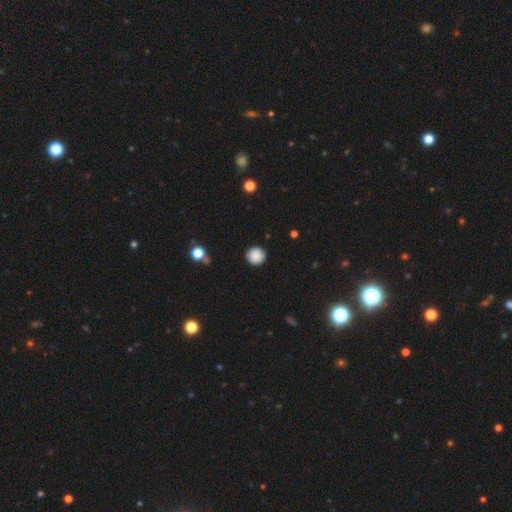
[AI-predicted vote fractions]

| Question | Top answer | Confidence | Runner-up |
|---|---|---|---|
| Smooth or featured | smooth | 88% | star or artifact (9%) |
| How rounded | round | 95% | in between (4%) |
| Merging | none | 91% | minor disturbance (6%) |